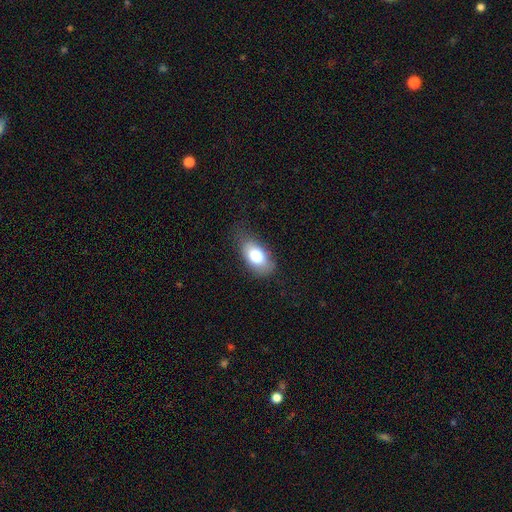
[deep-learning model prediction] smooth-or-featured: smooth: 79% | featured or disk: 14% | star or artifact: 7%
  how-rounded: in between: 91% | round: 6% | cigar-shaped: 3%
  merging: none: 63% | minor disturbance: 26% | major disturbance: 9% | merger: 1%